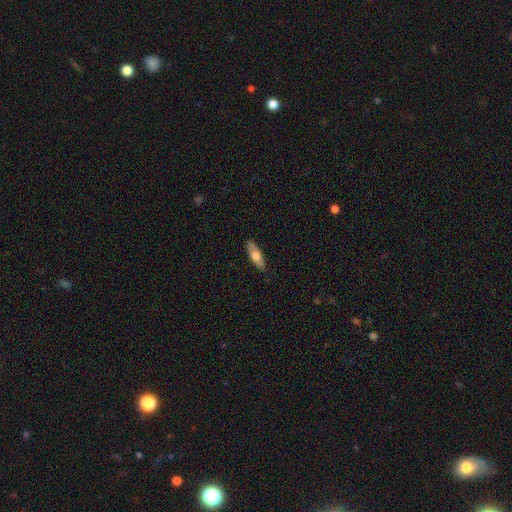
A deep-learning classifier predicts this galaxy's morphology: smooth_or_featured: smooth (p=0.63) [alt: featured or disk p=0.31]
how_rounded: in between (p=0.54) [alt: cigar-shaped p=0.43]
merging: none (p=0.88) [alt: minor disturbance p=0.10]